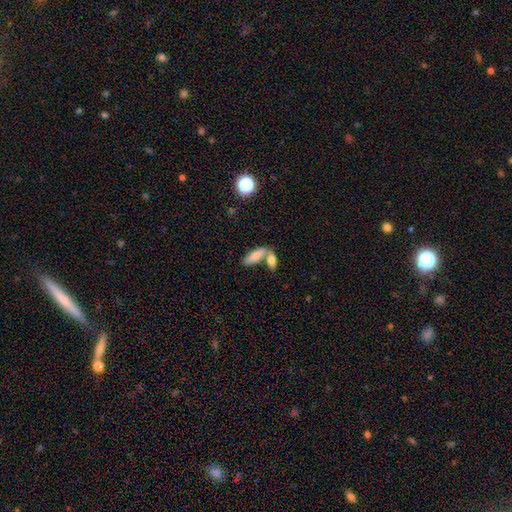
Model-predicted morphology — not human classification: Smooth or featured: smooth — 74% (featured or disk — 19%)
How rounded: in between — 64% (cigar-shaped — 33%)
Merging: merger — 47% (none — 41%)